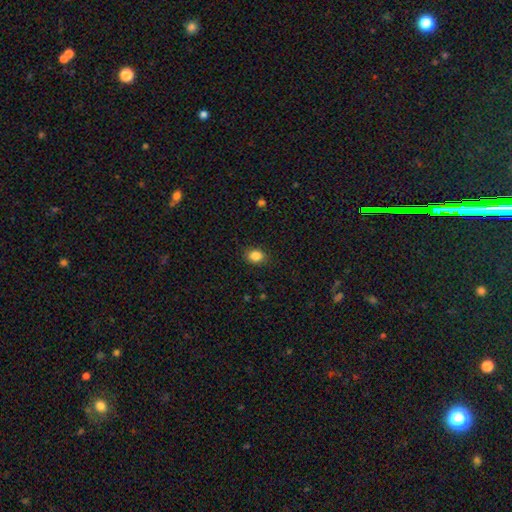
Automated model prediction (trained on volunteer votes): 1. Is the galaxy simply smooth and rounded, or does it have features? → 85% smooth, 10% star or artifact, 5% featured or disk.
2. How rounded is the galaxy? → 55% in between, 44% round, 1% cigar-shaped.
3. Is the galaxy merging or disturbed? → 87% none, 10% minor disturbance, 2% major disturbance, 1% merger.